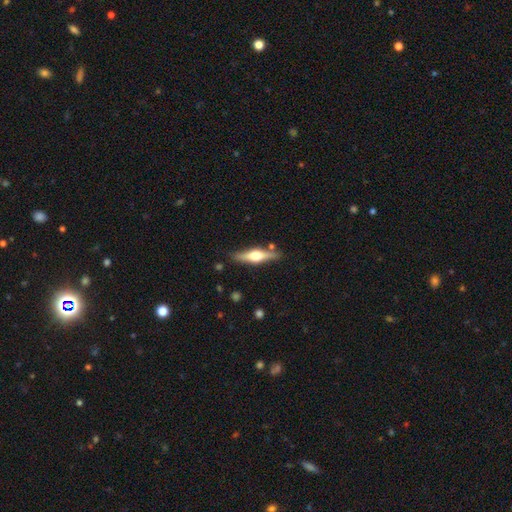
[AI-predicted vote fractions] This is likely a featured or disk galaxy (66%). It is clearly viewed edge-on (96%). Edge-on bulge: clearly rounded (94%). Merging: clearly none (84%).